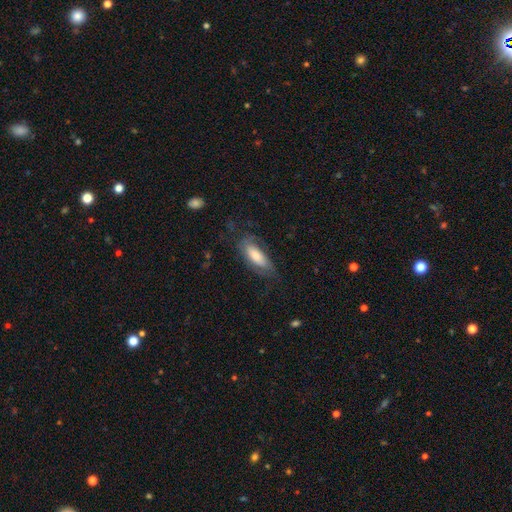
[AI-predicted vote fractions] Smooth or featured?
  - smooth: 63% *
  - featured or disk: 31%
  - star or artifact: 7%
How rounded?
  - in between: 76% *
  - cigar-shaped: 22%
  - round: 2%
Merging?
  - none: 60% *
  - minor disturbance: 23%
  - major disturbance: 15%
  - merger: 1%